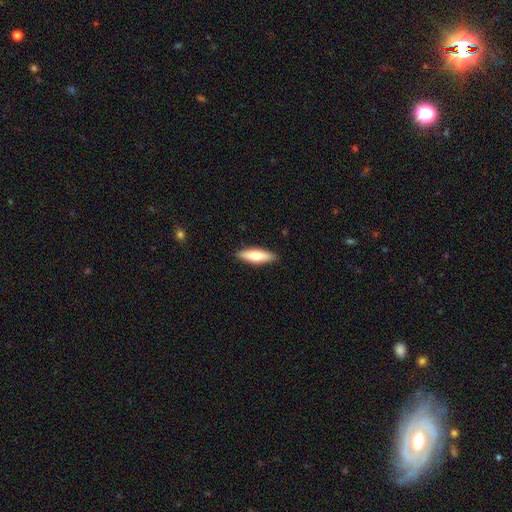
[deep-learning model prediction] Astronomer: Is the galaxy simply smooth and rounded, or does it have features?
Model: smooth — 69%.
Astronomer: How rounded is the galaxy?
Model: cigar-shaped — 57% (runner-up: in between, 41%).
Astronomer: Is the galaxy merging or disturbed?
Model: none — 89%.